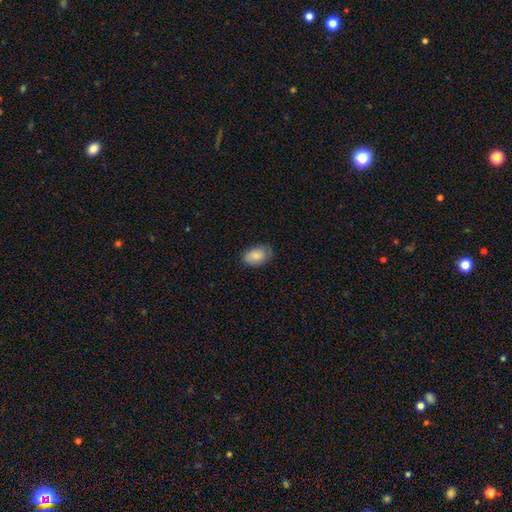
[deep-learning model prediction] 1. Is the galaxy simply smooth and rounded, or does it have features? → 84% smooth, 9% featured or disk, 7% star or artifact.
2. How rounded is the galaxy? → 90% in between, 9% round, 1% cigar-shaped.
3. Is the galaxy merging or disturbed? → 76% none, 19% minor disturbance, 4% major disturbance, 1% merger.